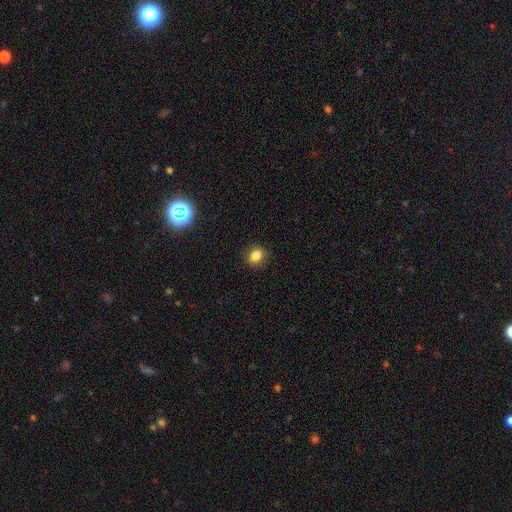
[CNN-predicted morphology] Smooth or featured: smooth — 83% (star or artifact — 11%)
How rounded: round — 57% (in between — 41%)
Merging: none — 89% (minor disturbance — 8%)